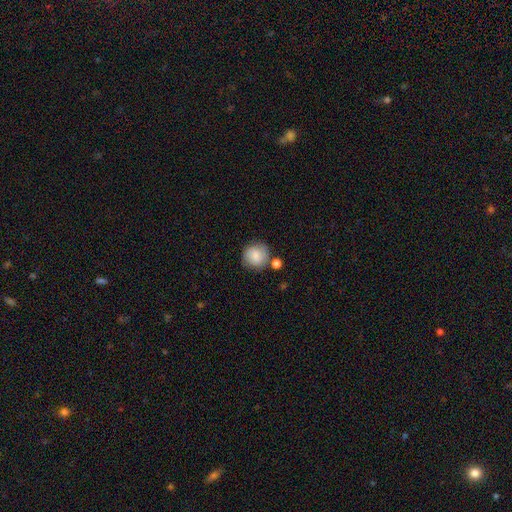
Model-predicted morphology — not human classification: Smooth or featured: smooth — 80% (featured or disk — 12%)
How rounded: round — 90% (in between — 9%)
Merging: none — 71% (minor disturbance — 15%)